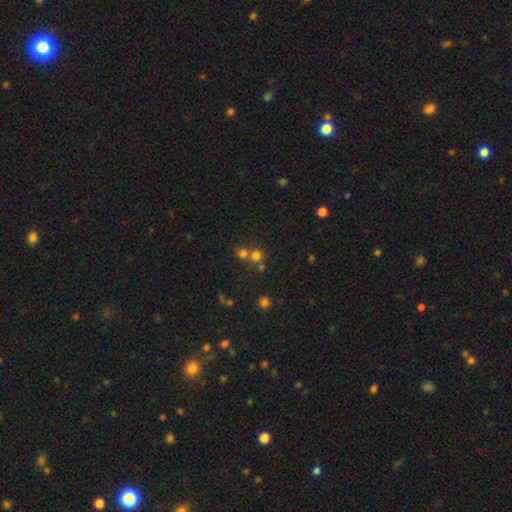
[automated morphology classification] Smooth or featured: smooth — 68% (star or artifact — 22%)
How rounded: round — 88% (in between — 11%)
Merging: none — 51% (merger — 41%)